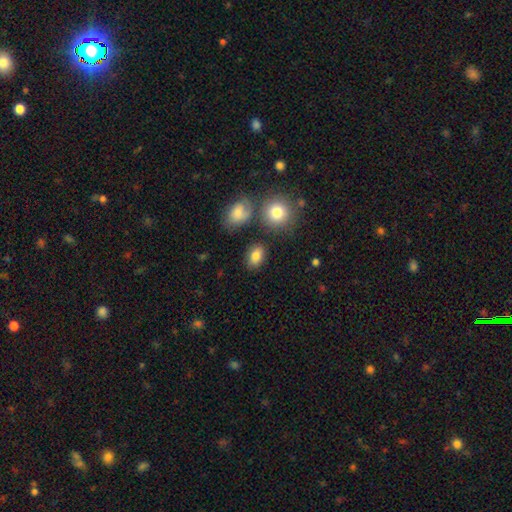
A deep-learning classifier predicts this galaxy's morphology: Q: Smooth or featured?
A: smooth (82%); runner-up: star or artifact (10%)
Q: How rounded?
A: in between (77%); runner-up: round (21%)
Q: Merging?
A: none (80%); runner-up: minor disturbance (11%)